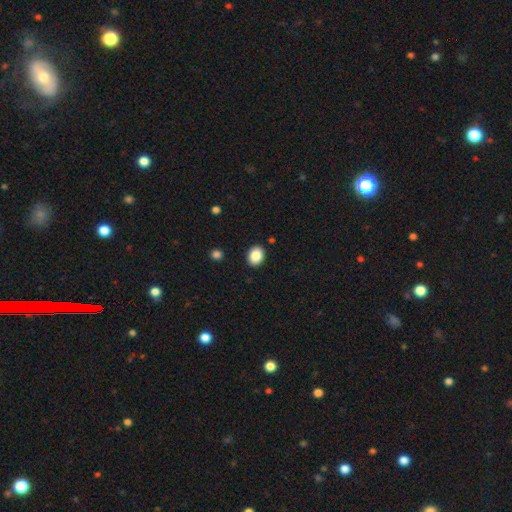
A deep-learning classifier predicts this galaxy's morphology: Smooth or featured? smooth (87%)
How rounded? in between (55%)
Merging? none (89%)